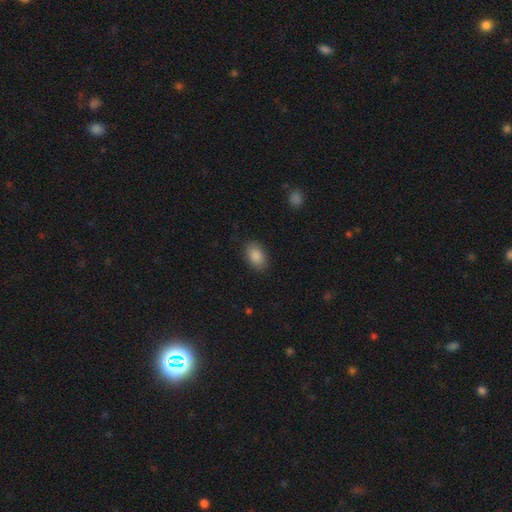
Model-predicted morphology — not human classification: smooth 88%, star or artifact 7%, featured or disk 5%. Down the decision tree: how rounded — in between (87%); merging — none (86%).